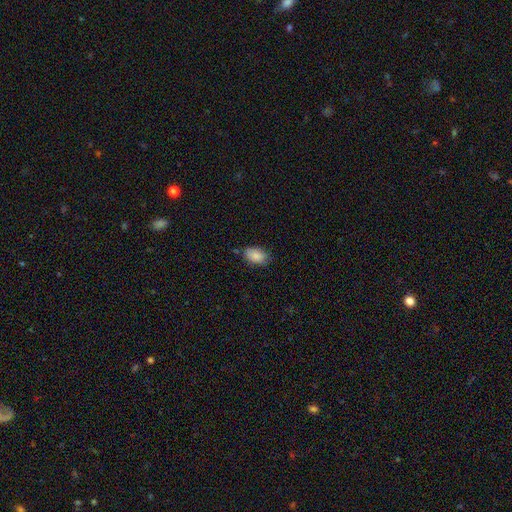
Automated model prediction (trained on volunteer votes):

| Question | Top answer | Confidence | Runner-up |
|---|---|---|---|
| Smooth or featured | smooth | 85% | featured or disk (8%) |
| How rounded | in between | 91% | round (8%) |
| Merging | none | 68% | minor disturbance (26%) |